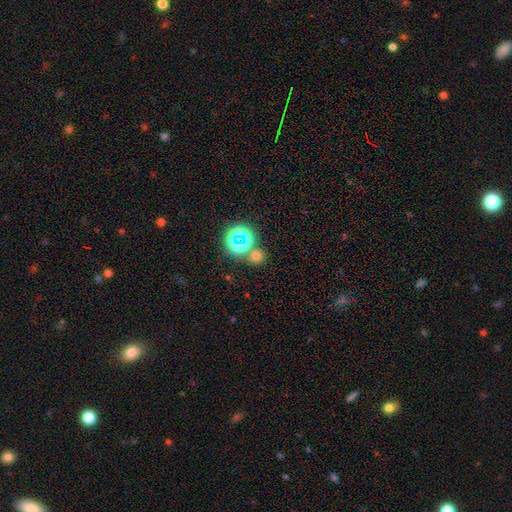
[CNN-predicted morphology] Overall: smooth (59%; star or artifact 34%). How rounded: round (88%). Merging: none (71%).